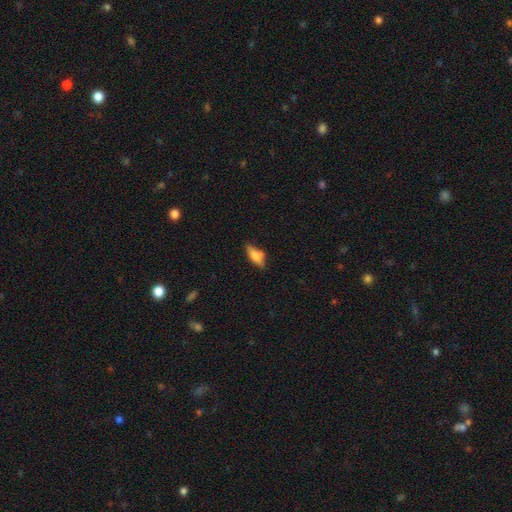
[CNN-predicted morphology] This is likely a smooth galaxy (66%). How rounded: likely in between (65%). Merging: likely none (63%).